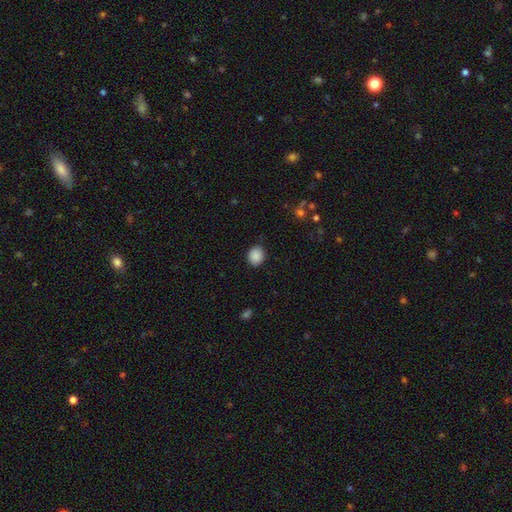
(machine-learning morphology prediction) type=smooth (88%); roundness=round (76%); merging=none (84%).